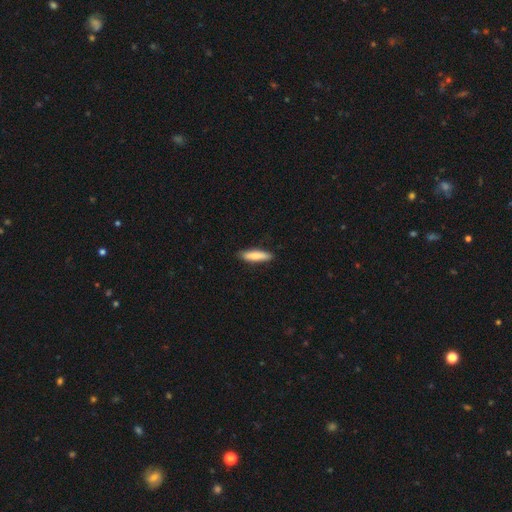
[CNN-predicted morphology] A smooth galaxy with no disk features (79%) that is cigar-shaped (72%).

Vote fractions:
- Smooth or featured? smooth: 79% / featured or disk: 16% / star or artifact: 5%
- How rounded? cigar-shaped: 72% / in between: 26% / round: 2%
- Merging? none: 89% / minor disturbance: 9% / major disturbance: 2% / merger: 1%